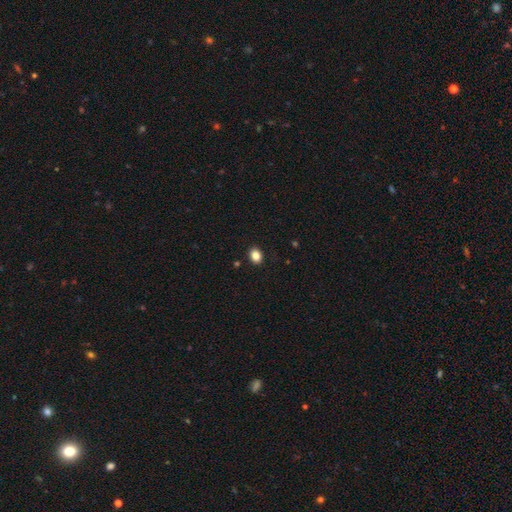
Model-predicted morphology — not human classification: smooth-or-featured: smooth: 85% | star or artifact: 10% | featured or disk: 5%
  how-rounded: in between: 53% | round: 46% | cigar-shaped: 1%
  merging: none: 90% | minor disturbance: 7% | major disturbance: 2% | merger: 1%